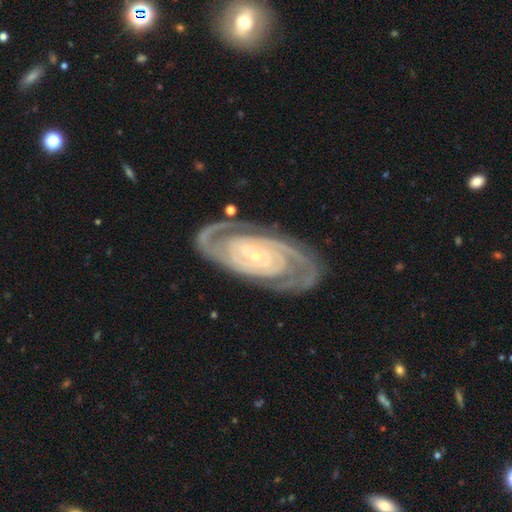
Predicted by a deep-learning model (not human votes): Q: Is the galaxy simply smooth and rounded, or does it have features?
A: featured or disk — 92%.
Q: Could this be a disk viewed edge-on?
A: no — 96%.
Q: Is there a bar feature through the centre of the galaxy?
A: no — 67%.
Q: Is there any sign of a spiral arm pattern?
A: yes — 98%.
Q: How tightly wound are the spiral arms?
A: tight — 79%.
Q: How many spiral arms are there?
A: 2 — 71%.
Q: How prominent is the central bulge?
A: small — 86%.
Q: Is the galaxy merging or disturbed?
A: none — 79%.